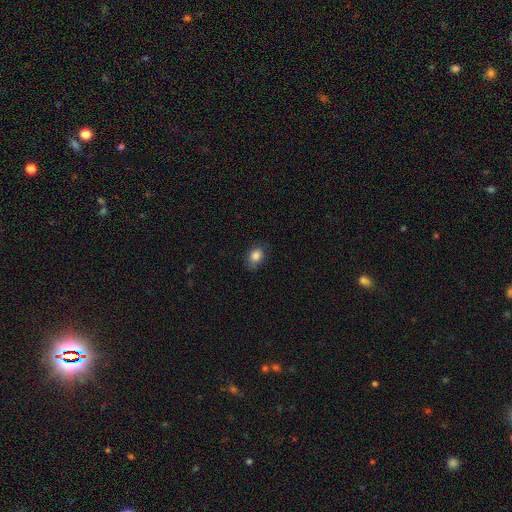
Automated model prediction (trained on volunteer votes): This appears to be a smooth galaxy with no disk features (86%) that is in between round and cigar-shaped (66%). Merging: none (77%).